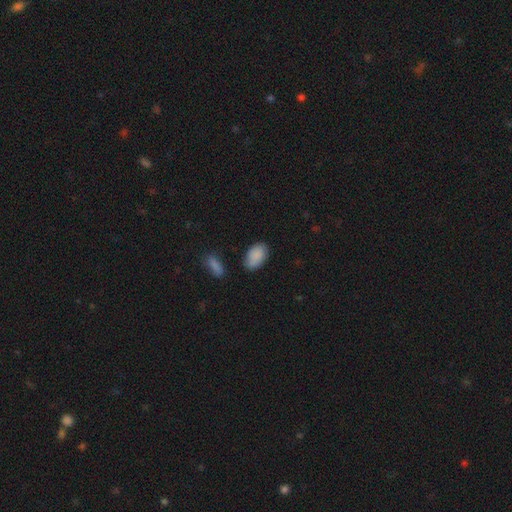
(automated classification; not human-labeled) The model was most divided on "merging": none: 70%, minor disturbance: 20%, merger: 5%, major disturbance: 4%. More confident: how rounded — in between (92%); smooth or featured — smooth (88%).